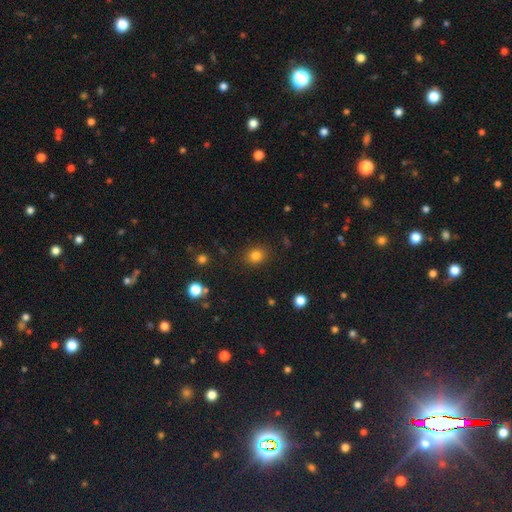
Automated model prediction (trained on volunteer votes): Morphology: type=smooth (82%); roundness=round (70%); merging=none (88%).